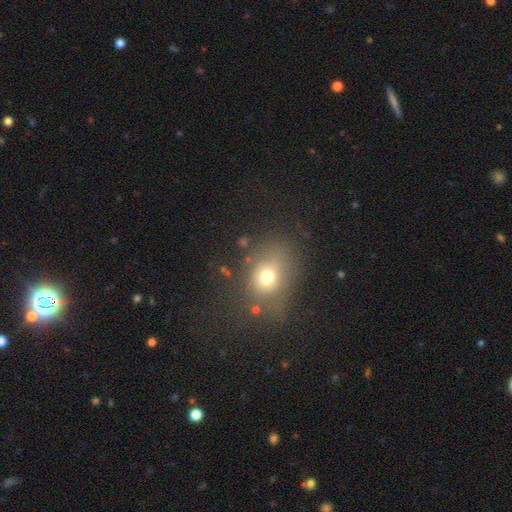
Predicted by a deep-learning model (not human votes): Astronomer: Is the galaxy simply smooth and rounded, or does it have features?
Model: smooth — 61%.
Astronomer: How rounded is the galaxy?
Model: round — 51% (runner-up: in between, 47%).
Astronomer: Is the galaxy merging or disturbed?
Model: none — 72%.